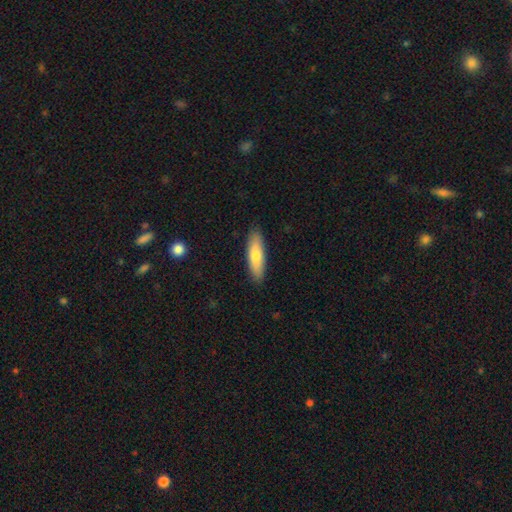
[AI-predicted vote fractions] A smooth galaxy with no disk features (73%) that is cigar-shaped (59%). Merging: none (88%).